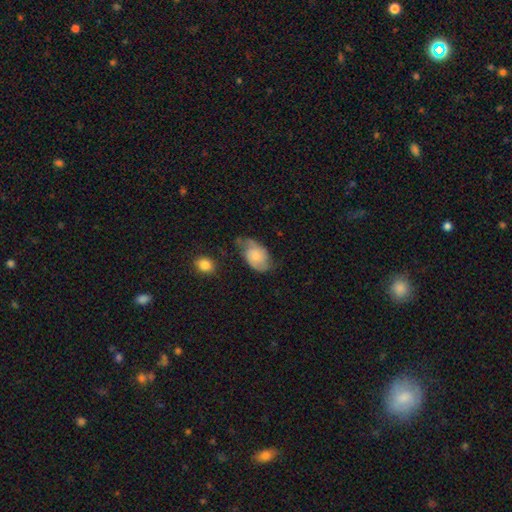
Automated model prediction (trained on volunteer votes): Overall: featured or disk (53%; smooth 39%). Edge-on disk: no (96%). Bar: no (71%). Spiral arms: yes (86%). Bulge size: small (45%; moderate 32%). Merging: none (46%; minor disturbance 34%).